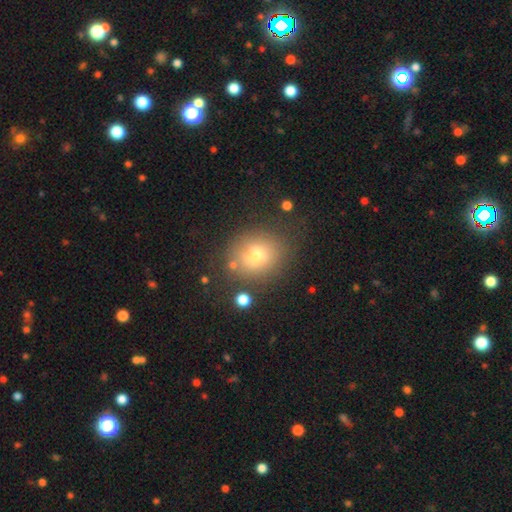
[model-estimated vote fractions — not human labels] Smooth or featured?
  - smooth: 68% *
  - featured or disk: 17%
  - star or artifact: 15%
How rounded?
  - round: 67% *
  - in between: 32%
  - cigar-shaped: 1%
Merging?
  - none: 72% *
  - minor disturbance: 15%
  - merger: 7%
  - major disturbance: 6%